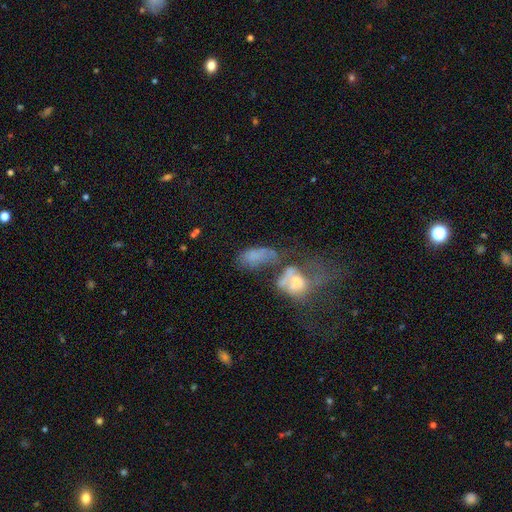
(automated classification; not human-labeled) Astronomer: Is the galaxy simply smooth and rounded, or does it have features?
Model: smooth — 57%.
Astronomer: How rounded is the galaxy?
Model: in between — 86%.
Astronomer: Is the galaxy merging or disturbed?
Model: merger — 43% (runner-up: major disturbance, 25%).